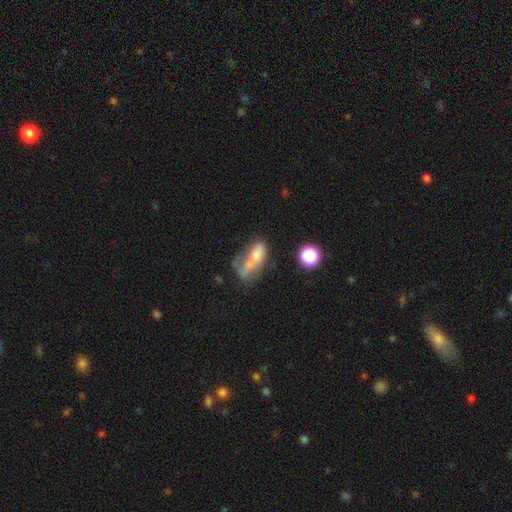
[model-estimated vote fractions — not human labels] This appears to be a smooth galaxy with no disk features (49%). Merging: merger (41%).